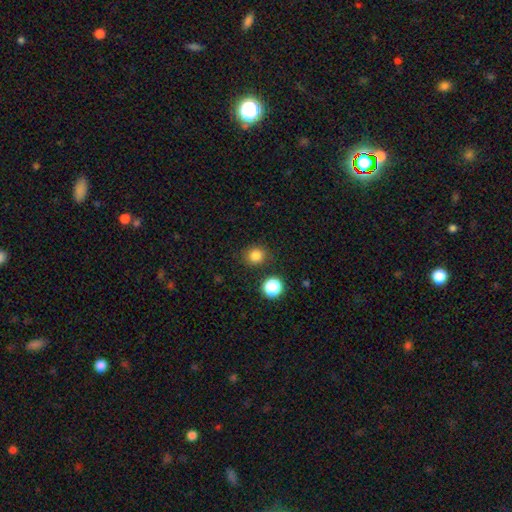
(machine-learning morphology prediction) type=smooth (82%); roundness=round (84%); merging=none (86%).